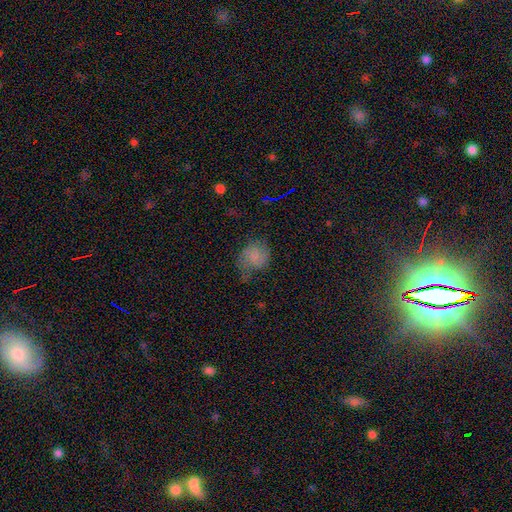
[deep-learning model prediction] Smooth or featured: smooth — 54% (featured or disk — 32%)
How rounded: round — 64% (in between — 35%)
Merging: none — 42% (minor disturbance — 33%)